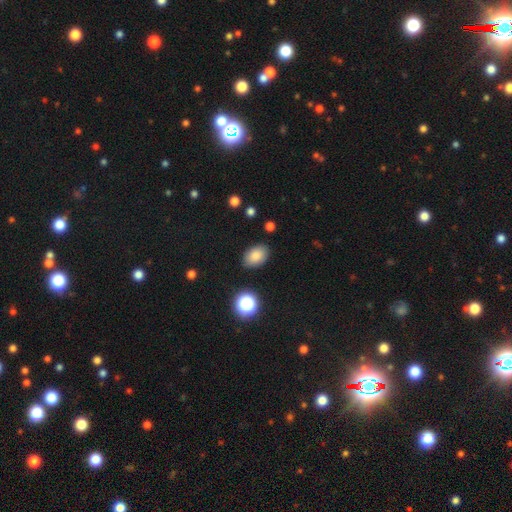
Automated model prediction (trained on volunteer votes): Morphology: type=smooth (83%); roundness=in between (85%); merging=none (84%).